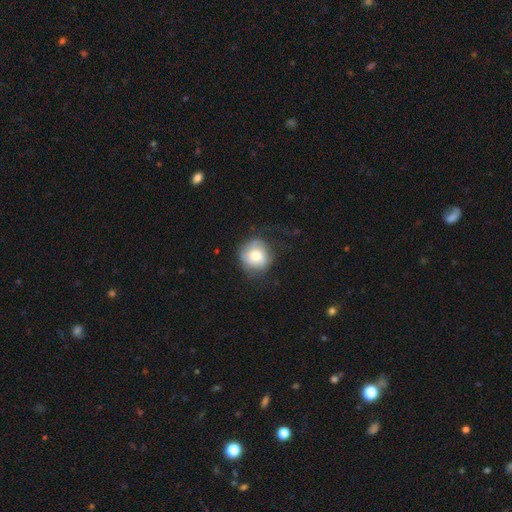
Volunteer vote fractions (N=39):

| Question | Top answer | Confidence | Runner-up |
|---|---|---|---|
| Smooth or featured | smooth | 77% | featured or disk (21%) |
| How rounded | round | 100% | — |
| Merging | none | 63% | minor disturbance (21%) |